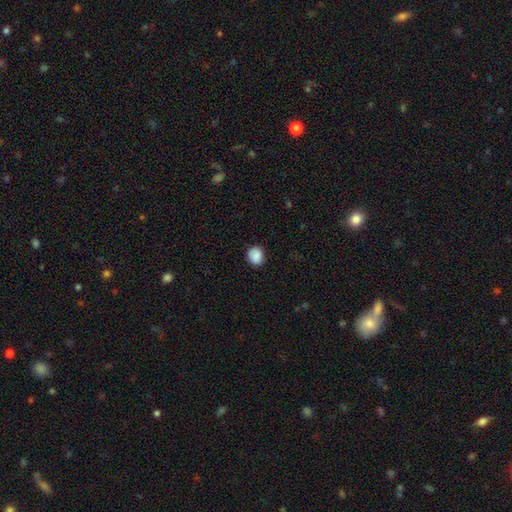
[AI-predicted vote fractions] A smooth galaxy with no disk features (89%) that is round (69%). Merging: none (87%).